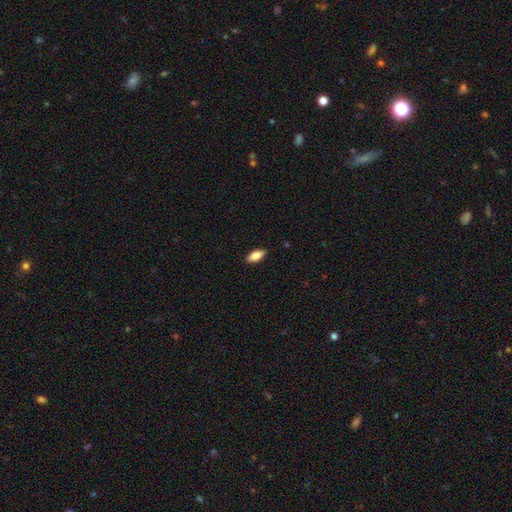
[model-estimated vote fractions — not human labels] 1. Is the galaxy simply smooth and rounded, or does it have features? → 80% smooth, 13% featured or disk, 7% star or artifact.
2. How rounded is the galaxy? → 85% in between, 12% cigar-shaped, 2% round.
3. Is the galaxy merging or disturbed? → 89% none, 9% minor disturbance, 2% major disturbance, 1% merger.